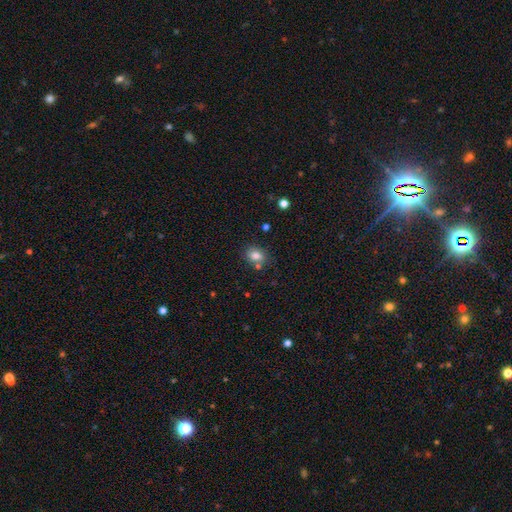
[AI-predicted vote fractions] Smooth or featured?
  - smooth: 81% *
  - star or artifact: 11%
  - featured or disk: 8%
How rounded?
  - in between: 58% *
  - round: 41%
  - cigar-shaped: 1%
Merging?
  - none: 68% *
  - merger: 14%
  - minor disturbance: 14%
  - major disturbance: 4%